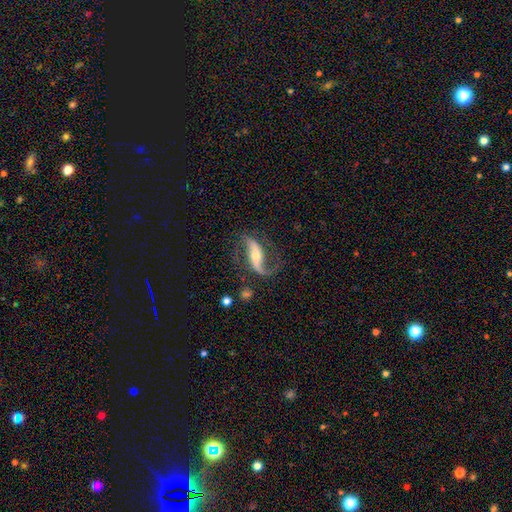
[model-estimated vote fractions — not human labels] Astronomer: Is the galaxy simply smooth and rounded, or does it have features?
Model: featured or disk — 87%.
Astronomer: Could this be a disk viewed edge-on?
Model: no — 91%.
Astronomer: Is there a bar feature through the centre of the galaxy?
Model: strong — 48% (runner-up: no, 27%).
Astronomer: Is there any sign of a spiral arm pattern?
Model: yes — 95%.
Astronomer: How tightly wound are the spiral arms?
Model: loose — 68%.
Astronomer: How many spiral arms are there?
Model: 2 — 82%.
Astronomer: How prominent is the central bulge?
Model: moderate — 50% (runner-up: small, 43%).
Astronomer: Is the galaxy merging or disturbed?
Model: none — 68%.